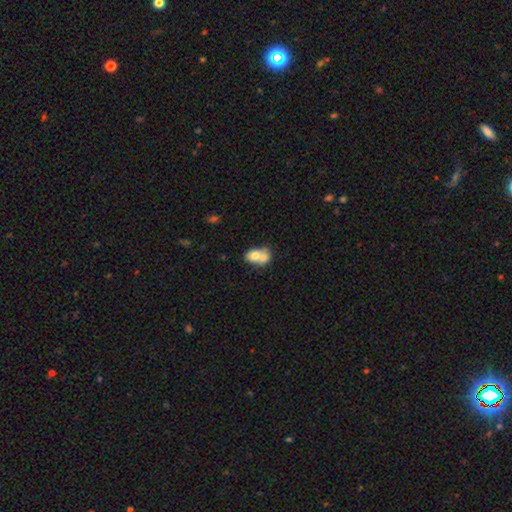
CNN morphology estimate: The model was most divided on "how rounded": in between: 59%, round: 40%, cigar-shaped: 1%. More confident: merging — merger (72%); smooth or featured — smooth (68%).